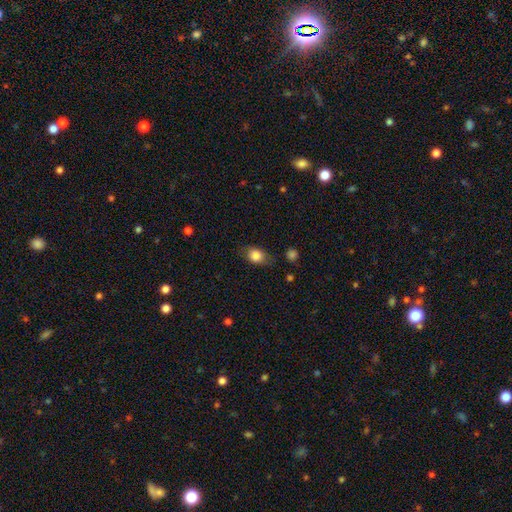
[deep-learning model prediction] Morphology: type=smooth (83%); roundness=in between (63%); merging=none (70%).